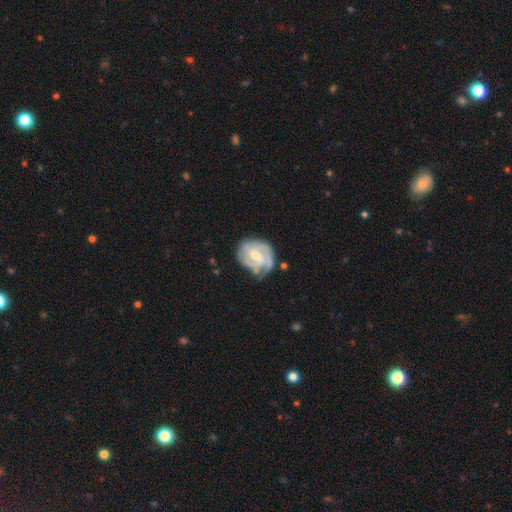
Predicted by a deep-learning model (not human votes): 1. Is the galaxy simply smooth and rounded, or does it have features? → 84% featured or disk, 11% smooth, 4% star or artifact.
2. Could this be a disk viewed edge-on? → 98% no, 2% yes.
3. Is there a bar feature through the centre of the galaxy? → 56% weak, 25% no, 19% strong.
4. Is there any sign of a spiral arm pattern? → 95% yes, 5% no.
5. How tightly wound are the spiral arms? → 54% tight, 36% medium, 10% loose.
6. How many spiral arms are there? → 54% 2, 17% can't tell, 16% 3, 9% 1, 3% 4, 2% more than 4.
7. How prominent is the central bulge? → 55% moderate, 40% small, 2% large, 2% none, 1% dominant.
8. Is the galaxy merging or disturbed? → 57% none, 28% minor disturbance, 12% major disturbance, 3% merger.